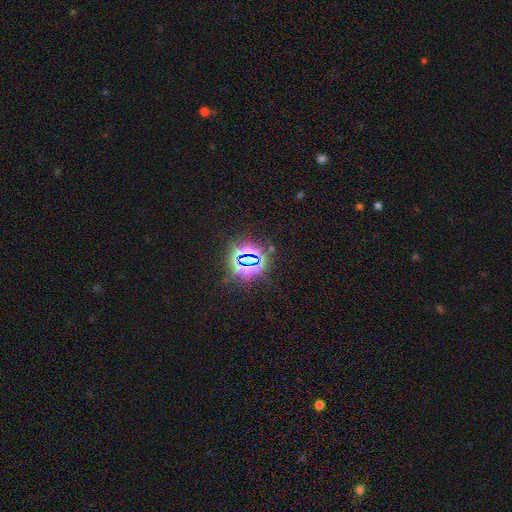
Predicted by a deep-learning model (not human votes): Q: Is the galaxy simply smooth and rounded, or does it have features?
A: star or artifact — 80%.